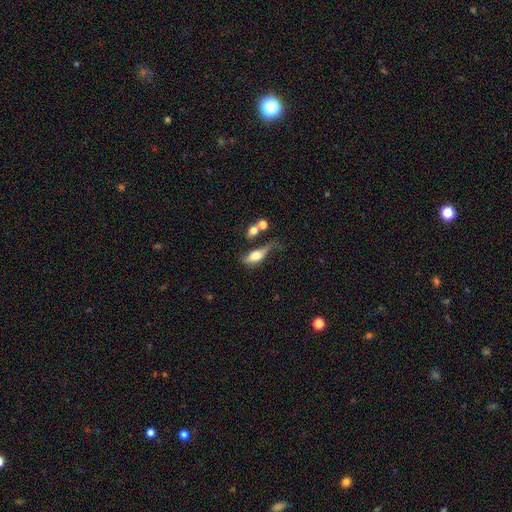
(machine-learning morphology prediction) Smooth or featured? Predicted: smooth (p=0.59). How rounded? Predicted: in between (p=0.70). Merging? Predicted: major disturbance (p=0.29).